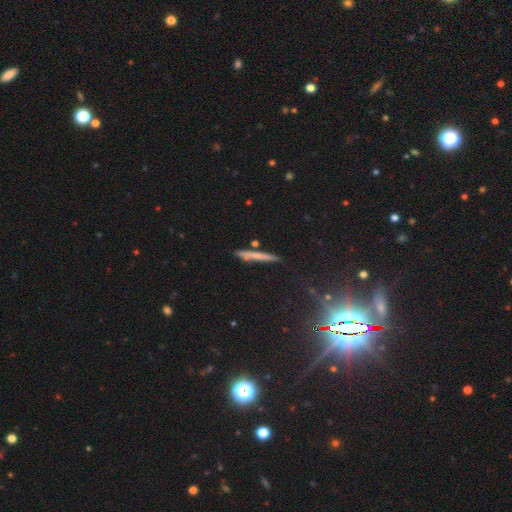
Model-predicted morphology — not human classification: Overall: smooth (60%; featured or disk 29%). How rounded: cigar-shaped (95%). Merging: none (84%).